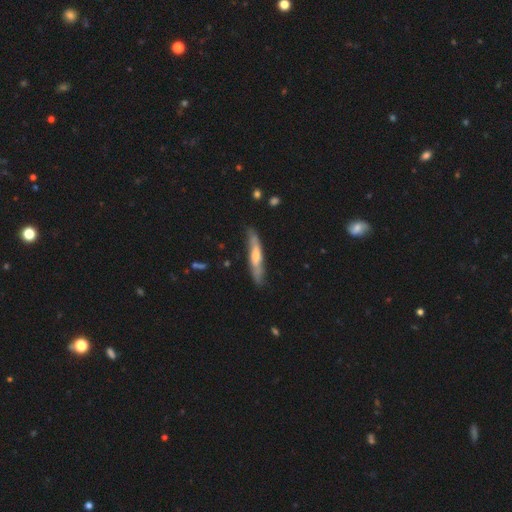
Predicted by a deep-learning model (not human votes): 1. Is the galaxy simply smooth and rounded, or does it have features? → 53% featured or disk, 41% smooth, 5% star or artifact.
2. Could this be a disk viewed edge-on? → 75% yes, 25% no.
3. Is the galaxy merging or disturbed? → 78% none, 17% minor disturbance, 3% major disturbance, 2% merger.